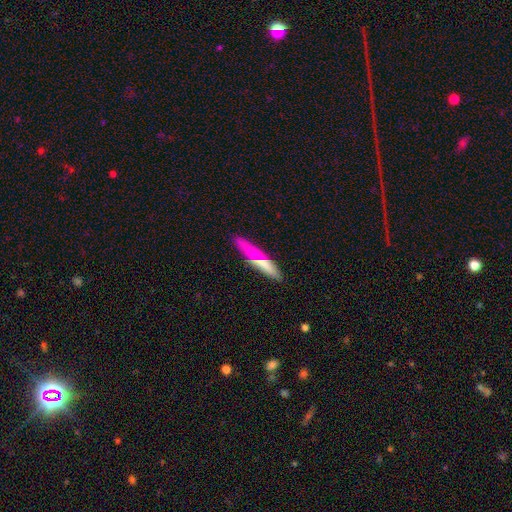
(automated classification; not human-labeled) Smooth or featured? Predicted: smooth (p=0.65). How rounded? Predicted: cigar-shaped (p=0.88). Merging? Predicted: none (p=0.78).